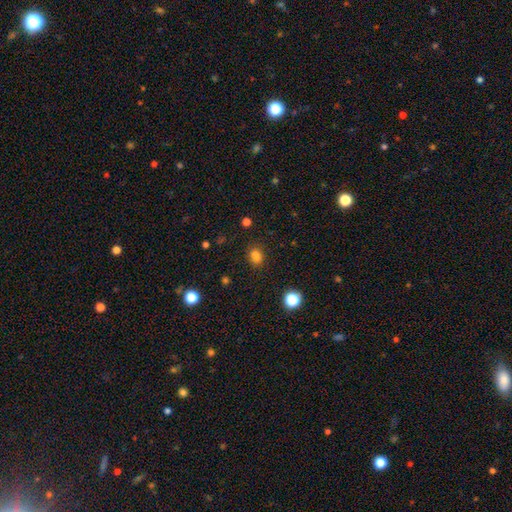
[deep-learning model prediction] This is likely a smooth galaxy (78%). How rounded: possibly in between (56%). Merging: likely none (75%).